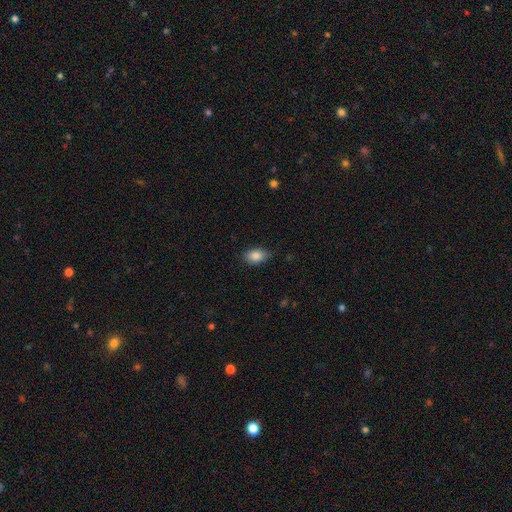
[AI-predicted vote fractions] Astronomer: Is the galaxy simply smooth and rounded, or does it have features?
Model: smooth — 86%.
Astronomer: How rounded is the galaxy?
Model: in between — 86%.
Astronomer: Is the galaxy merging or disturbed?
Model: none — 79%.